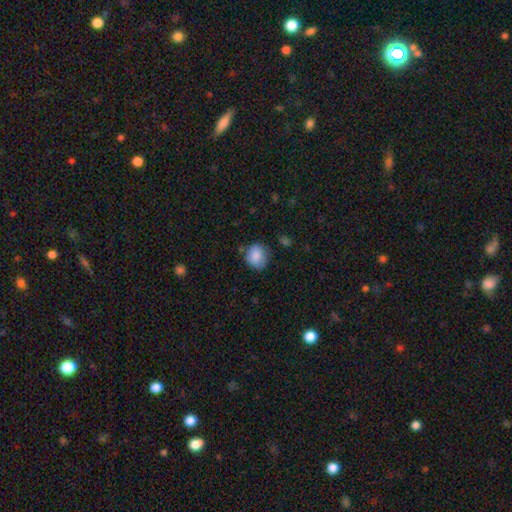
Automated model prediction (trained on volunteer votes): This is clearly a smooth galaxy (84%). How rounded: likely round (75%). Merging: likely none (69%).